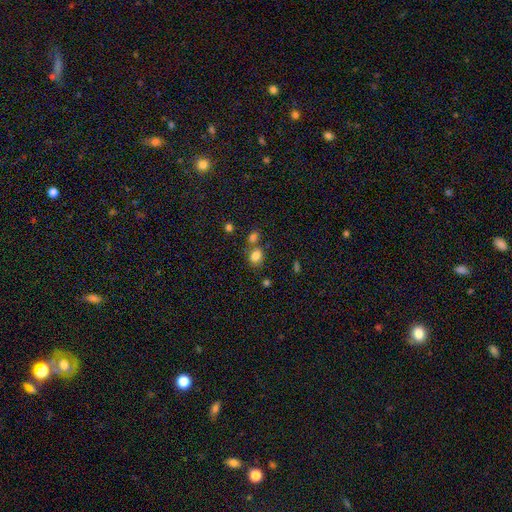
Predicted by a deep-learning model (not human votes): This is clearly a smooth galaxy (81%). How rounded: possibly in between (57%). Merging: possibly none (57%).